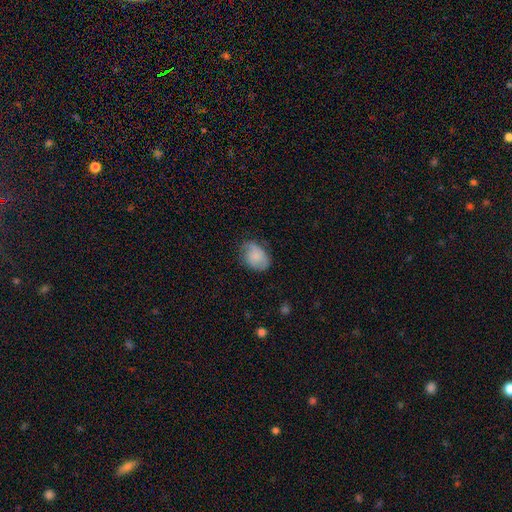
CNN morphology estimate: Smooth or featured: smooth — 76% (featured or disk — 17%)
How rounded: in between — 73% (round — 26%)
Merging: none — 56% (minor disturbance — 32%)